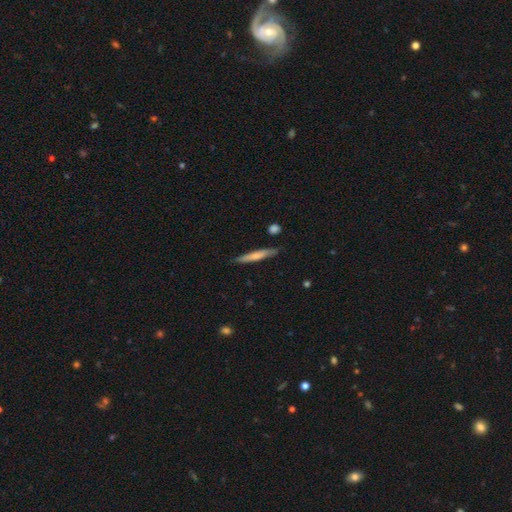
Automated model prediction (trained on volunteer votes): Q: Smooth or featured?
A: smooth (63%); runner-up: featured or disk (31%)
Q: How rounded?
A: cigar-shaped (93%); runner-up: in between (6%)
Q: Merging?
A: none (83%); runner-up: minor disturbance (13%)